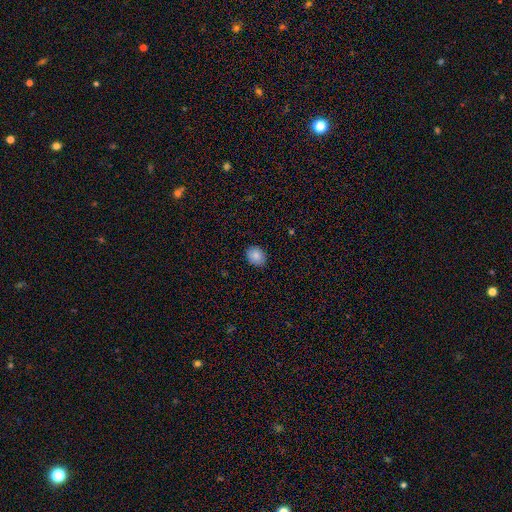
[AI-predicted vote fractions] smooth 87%, star or artifact 9%, featured or disk 4%. Down the decision tree: how rounded — round (60%); merging — none (88%).